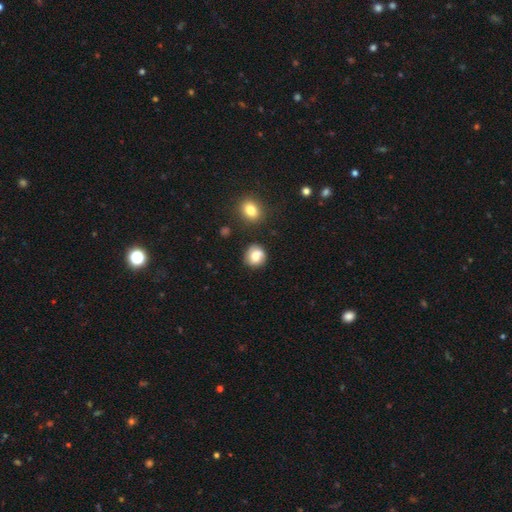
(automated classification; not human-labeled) This appears to be a smooth galaxy with no disk features (70%) that is round (80%). Merging: none (72%).